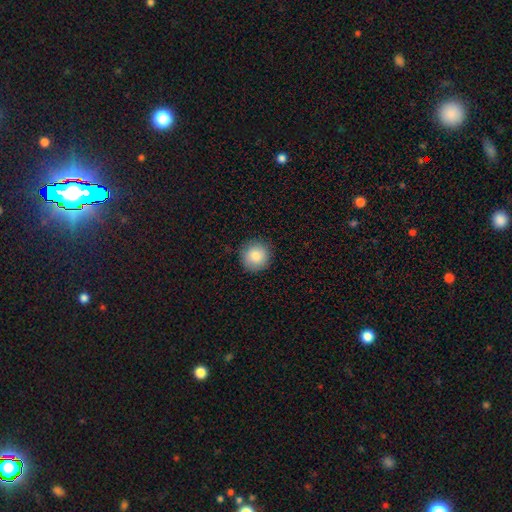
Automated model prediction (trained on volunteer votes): A smooth galaxy with no disk features (83%) that is round (94%).

Vote fractions:
- Smooth or featured? smooth: 83% / star or artifact: 8% / featured or disk: 8%
- How rounded? round: 94% / in between: 5% / cigar-shaped: 1%
- Merging? none: 90% / minor disturbance: 8% / major disturbance: 2% / merger: 1%